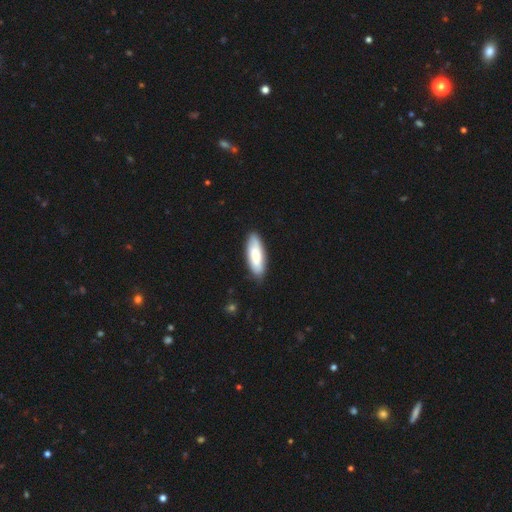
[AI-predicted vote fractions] Smooth or featured: smooth — 69% (featured or disk — 26%)
How rounded: in between — 64% (cigar-shaped — 34%)
Merging: none — 86% (minor disturbance — 11%)